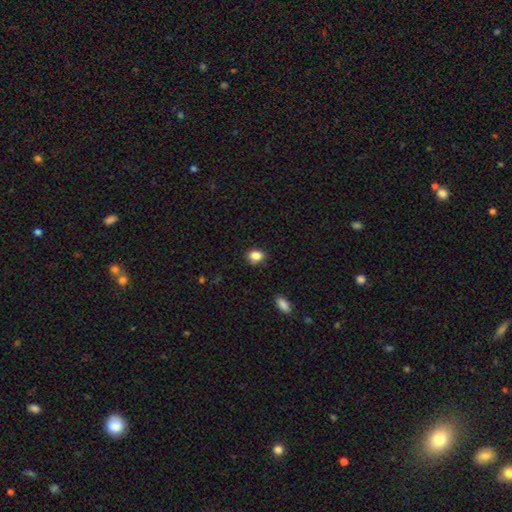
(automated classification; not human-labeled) smooth_or_featured: smooth (p=0.86) [alt: star or artifact p=0.10]
how_rounded: round (p=0.54) [alt: in between p=0.45]
merging: none (p=0.86) [alt: minor disturbance p=0.11]